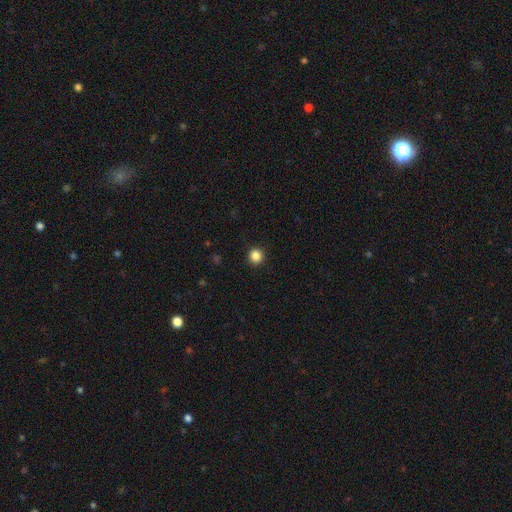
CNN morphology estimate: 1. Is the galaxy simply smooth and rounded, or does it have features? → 85% smooth, 11% star or artifact, 3% featured or disk.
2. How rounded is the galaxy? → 94% round, 5% in between, 1% cigar-shaped.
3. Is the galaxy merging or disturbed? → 92% none, 5% minor disturbance, 2% major disturbance, 1% merger.